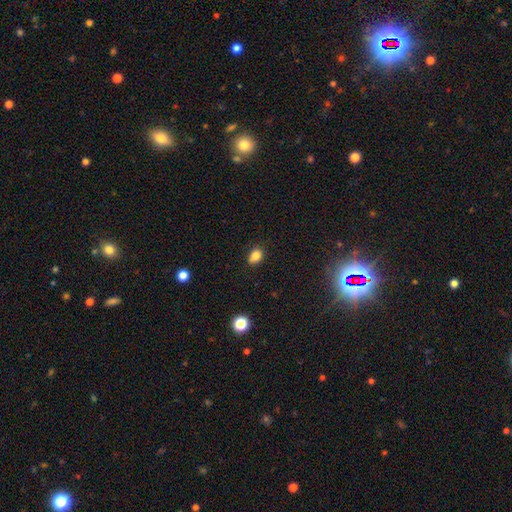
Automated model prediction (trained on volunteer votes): Morphology: type=smooth (83%); roundness=in between (72%); merging=none (77%).